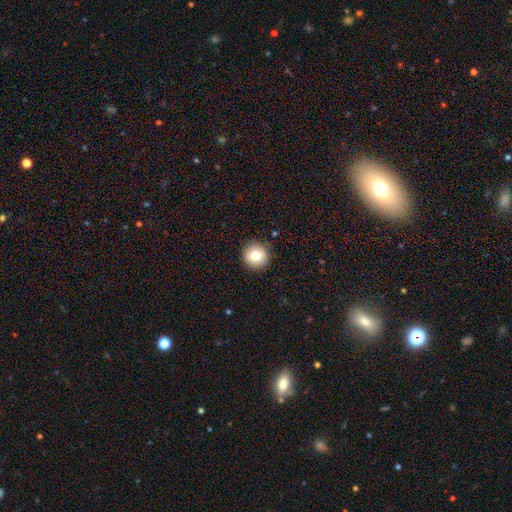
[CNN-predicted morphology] Smooth or featured? smooth (78%)
How rounded? round (95%)
Merging? none (91%)